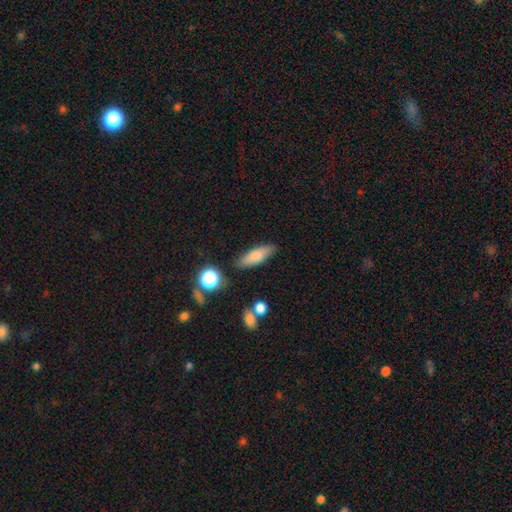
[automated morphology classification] smooth 78%, featured or disk 14%, star or artifact 8%. Down the decision tree: how rounded — in between (52%); merging — none (81%).